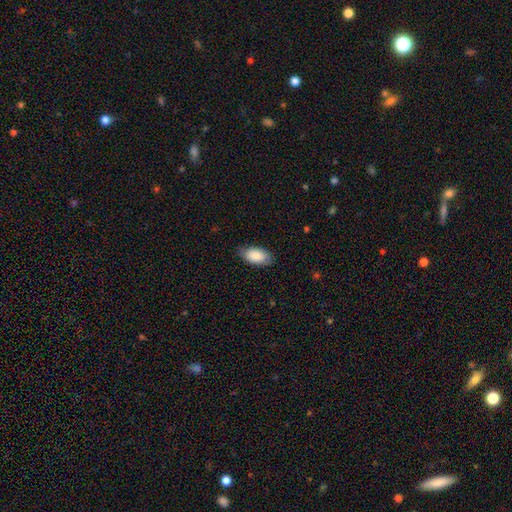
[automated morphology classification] The model was most divided on "merging": none: 78%, minor disturbance: 17%, major disturbance: 3%, merger: 1%. More confident: how rounded — in between (94%); smooth or featured — smooth (87%).